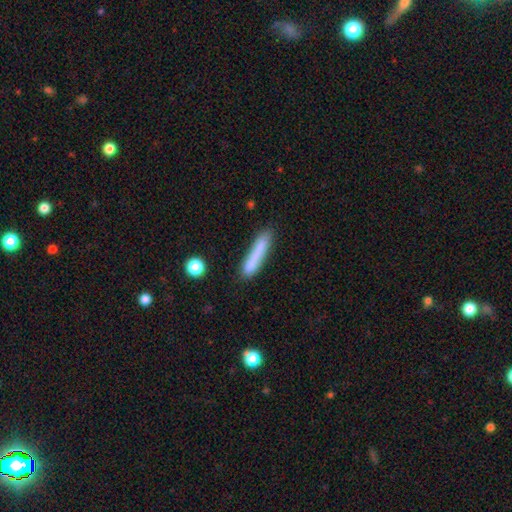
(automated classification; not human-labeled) Smooth or featured? smooth (77%)
How rounded? cigar-shaped (92%)
Merging? none (73%)